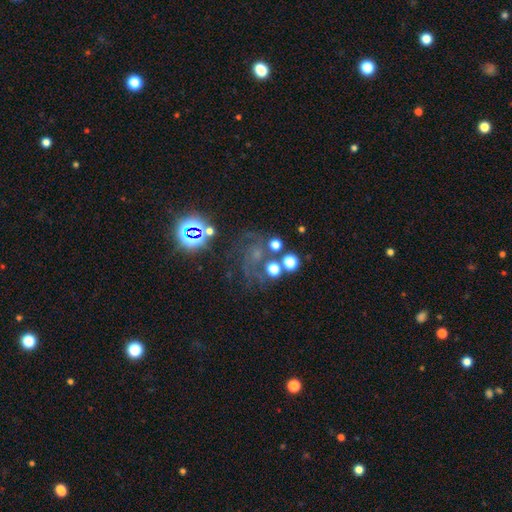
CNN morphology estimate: A star or artifact, not a galaxy (42%).

Vote fractions:
- Smooth or featured? star or artifact: 42% / featured or disk: 40% / smooth: 19%